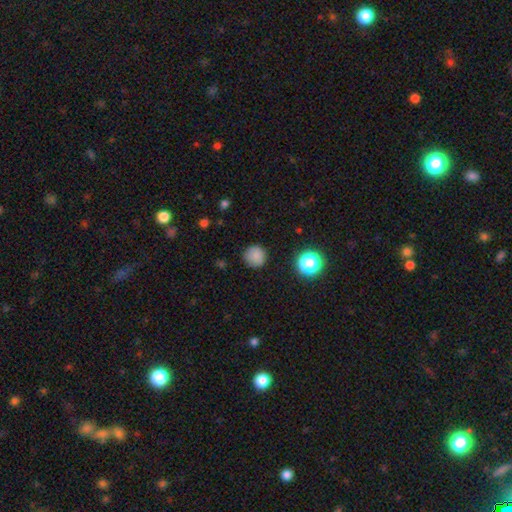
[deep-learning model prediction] Smooth or featured? smooth (83%)
How rounded? round (94%)
Merging? none (88%)